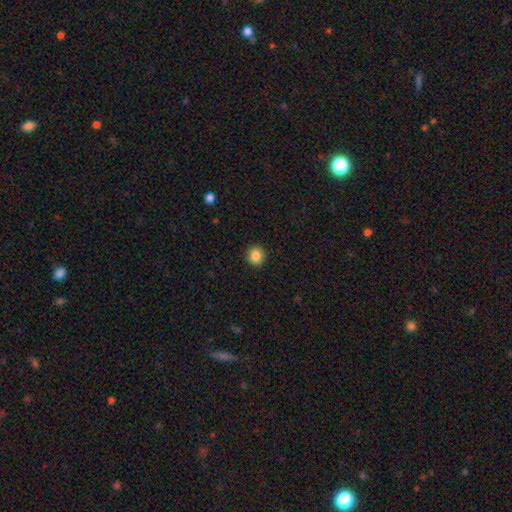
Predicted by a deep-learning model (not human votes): Smooth or featured?
  - smooth: 87% *
  - star or artifact: 10%
  - featured or disk: 4%
How rounded?
  - round: 84% *
  - in between: 15%
  - cigar-shaped: 1%
Merging?
  - none: 91% *
  - minor disturbance: 6%
  - major disturbance: 2%
  - merger: 1%